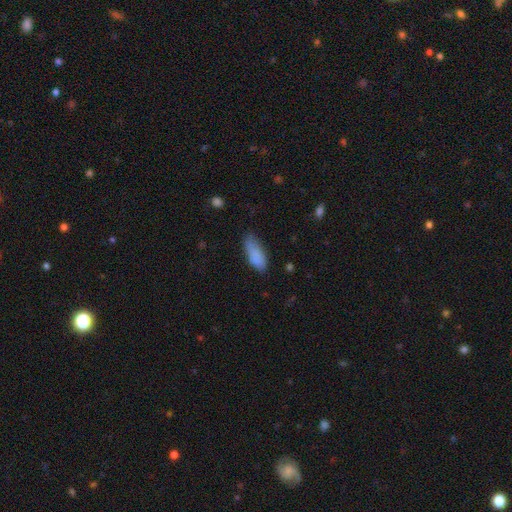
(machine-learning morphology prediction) Smooth or featured?
  - smooth: 85% *
  - featured or disk: 8%
  - star or artifact: 7%
How rounded?
  - in between: 75% *
  - cigar-shaped: 23%
  - round: 2%
Merging?
  - none: 55% *
  - minor disturbance: 33%
  - major disturbance: 9%
  - merger: 2%